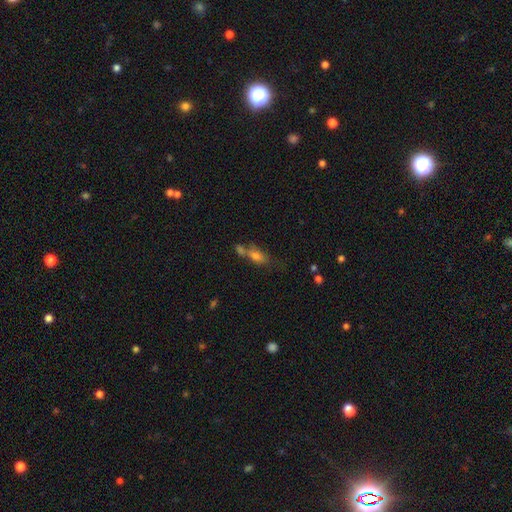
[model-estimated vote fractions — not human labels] Smooth or featured?
  - smooth: 71% *
  - featured or disk: 17%
  - star or artifact: 12%
How rounded?
  - in between: 76% *
  - cigar-shaped: 16%
  - round: 8%
Merging?
  - merger: 45% *
  - none: 33%
  - minor disturbance: 14%
  - major disturbance: 8%